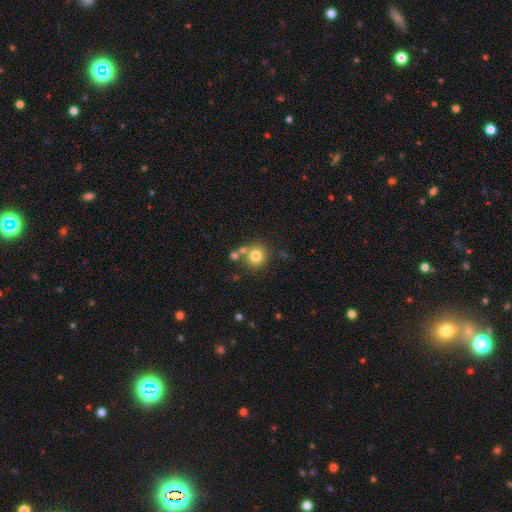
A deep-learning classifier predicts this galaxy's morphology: A smooth galaxy with no disk features (78%) that is round (90%). Merging: none (68%).